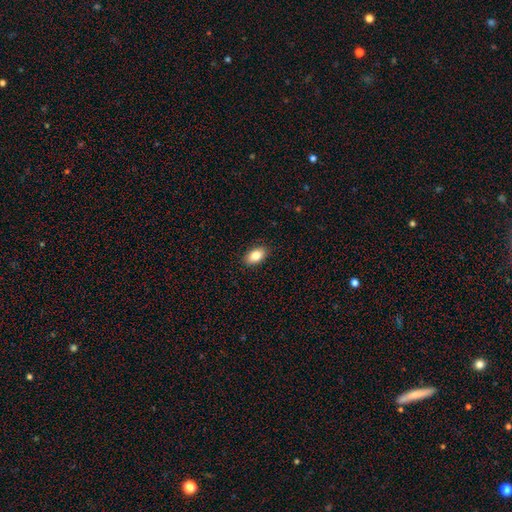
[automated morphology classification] Smooth or featured? smooth (85%)
How rounded? in between (91%)
Merging? none (89%)